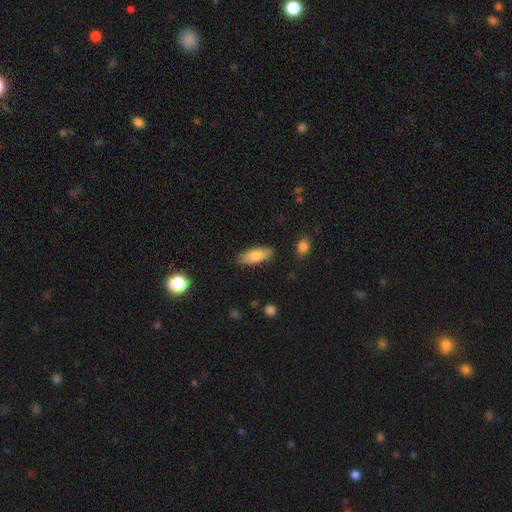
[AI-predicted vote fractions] Overall: smooth (82%). How rounded: in between (76%). Merging: none (85%).